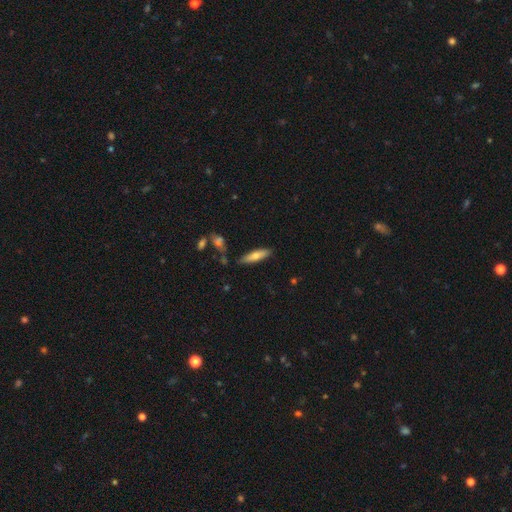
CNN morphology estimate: This is likely a smooth galaxy (64%). How rounded: likely cigar-shaped (72%). Merging: clearly none (83%).